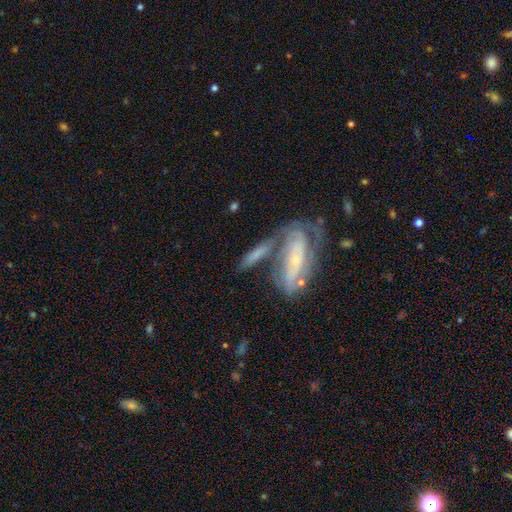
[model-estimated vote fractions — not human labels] The model was most divided on "merging": none: 41%, merger: 36%, minor disturbance: 15%, major disturbance: 8%. More confident: edge-on disk — no (77%); smooth or featured — featured or disk (61%).